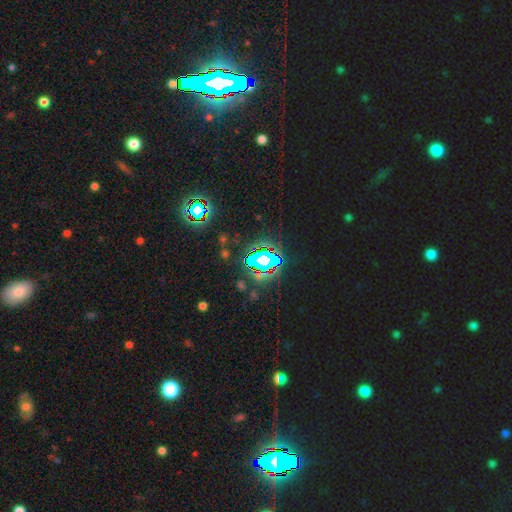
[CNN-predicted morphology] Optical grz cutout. It shows a star or artifact, not a galaxy (84%).